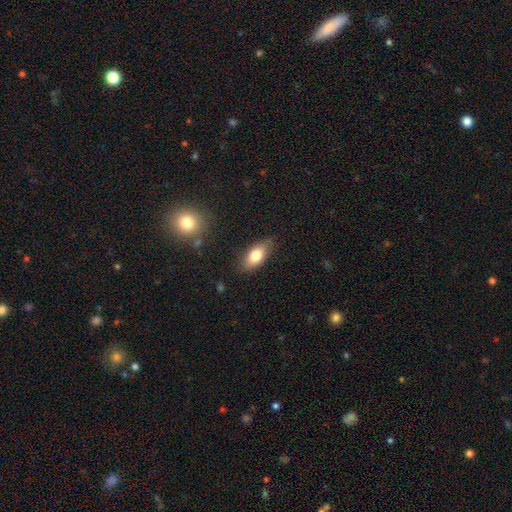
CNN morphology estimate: A smooth galaxy with no disk features (77%) that is in between round and cigar-shaped (85%). Merging: none (78%).